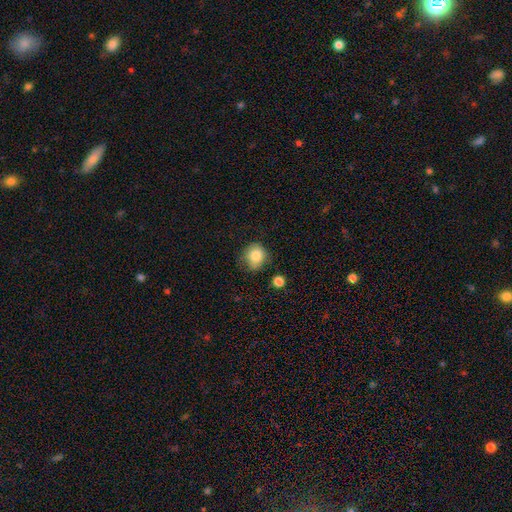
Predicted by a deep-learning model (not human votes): Morphology: type=smooth (84%); roundness=round (76%); merging=none (64%).